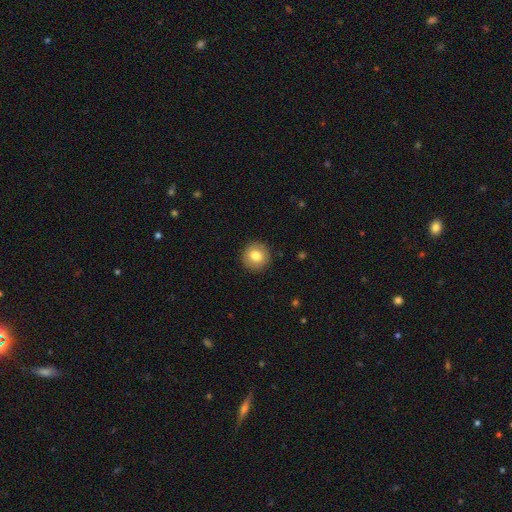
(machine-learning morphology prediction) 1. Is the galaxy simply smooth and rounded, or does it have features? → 80% smooth, 11% featured or disk, 9% star or artifact.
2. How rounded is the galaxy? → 93% round, 6% in between, 1% cigar-shaped.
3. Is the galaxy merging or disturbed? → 91% none, 6% minor disturbance, 2% major disturbance, 1% merger.